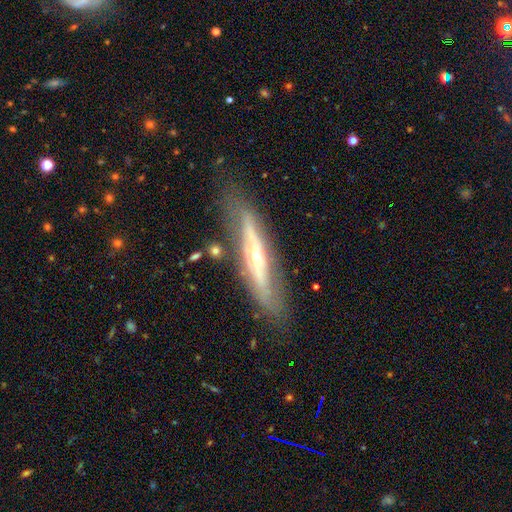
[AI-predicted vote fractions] smooth_or_featured: featured or disk (p=0.73) [alt: smooth p=0.20]
disk_edge_on: yes (p=0.64) [alt: no p=0.36]
merging: none (p=0.75) [alt: minor disturbance p=0.16]